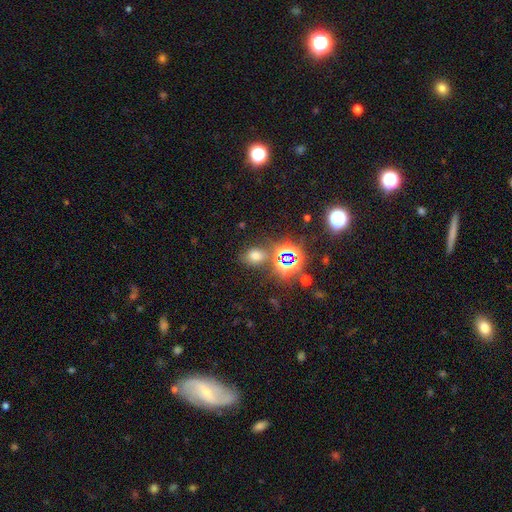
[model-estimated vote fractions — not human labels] Smooth or featured: smooth — 58% (star or artifact — 34%)
How rounded: in between — 59% (round — 40%)
Merging: none — 73% (minor disturbance — 13%)